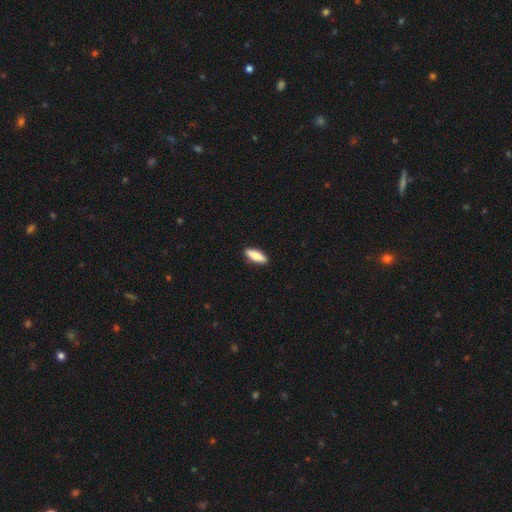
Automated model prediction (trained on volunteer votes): Smooth or featured? smooth (81%)
How rounded? in between (59%)
Merging? none (90%)